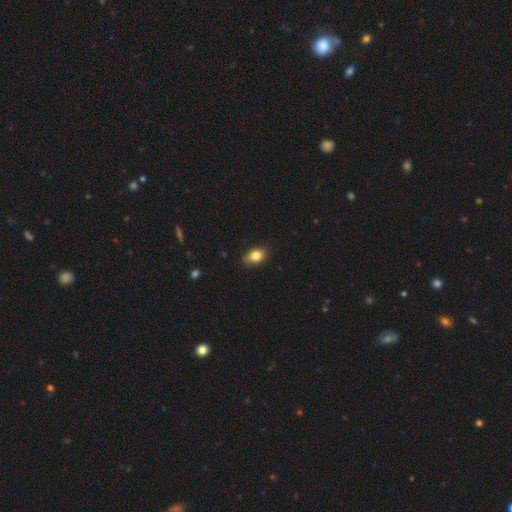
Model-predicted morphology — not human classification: This is clearly a smooth galaxy (81%). How rounded: clearly in between (82%). Merging: likely none (80%).